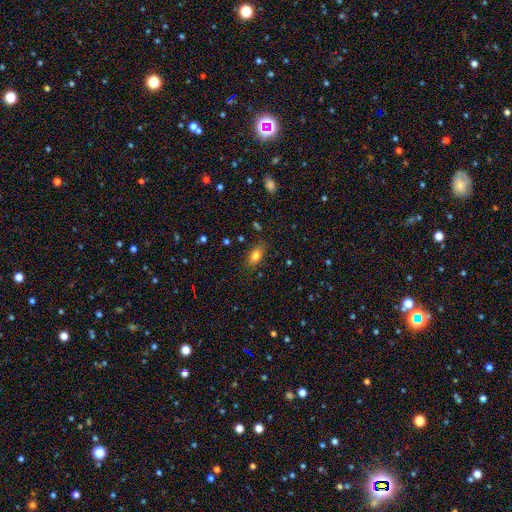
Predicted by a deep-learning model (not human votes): smooth-or-featured: smooth: 79% | featured or disk: 10% | star or artifact: 10%
  how-rounded: in between: 84% | round: 12% | cigar-shaped: 5%
  merging: none: 81% | minor disturbance: 14% | major disturbance: 3% | merger: 2%